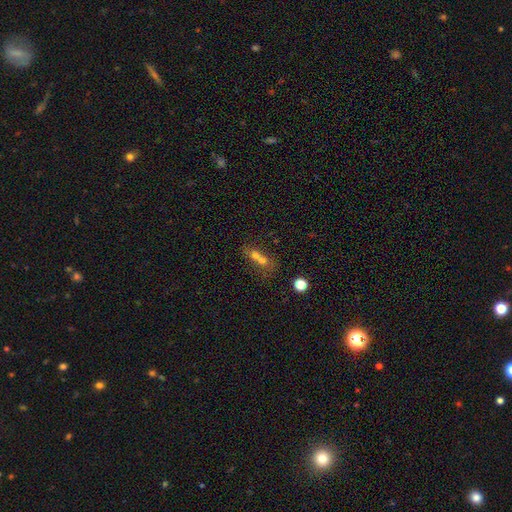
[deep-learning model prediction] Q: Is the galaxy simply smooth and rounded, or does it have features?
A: smooth — 62%.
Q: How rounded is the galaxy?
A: round — 58%.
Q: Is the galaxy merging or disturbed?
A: merger — 70%.